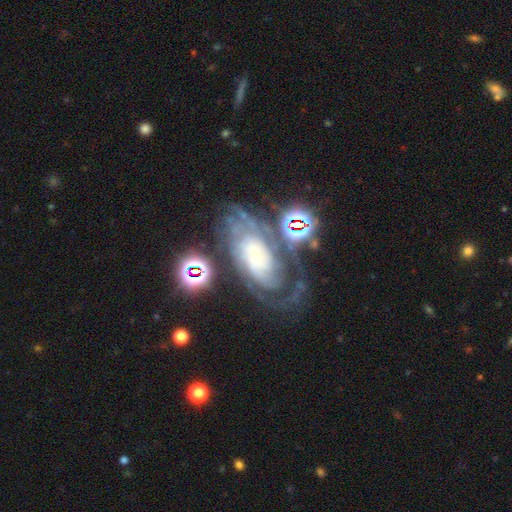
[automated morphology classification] smooth_or_featured: featured or disk (p=0.79) [alt: star or artifact p=0.11]
disk_edge_on: no (p=0.95) [alt: yes p=0.05]
bar: no (p=0.71) [alt: weak p=0.21]
has_spiral_arms: yes (p=0.93) [alt: no p=0.07]
spiral_winding: tight (p=0.65) [alt: medium p=0.27]
spiral_arm_count: can't tell (p=0.41) [alt: 2 p=0.26]
bulge_size: small (p=0.59) [alt: moderate p=0.15]
merging: none (p=0.55) [alt: minor disturbance p=0.20]